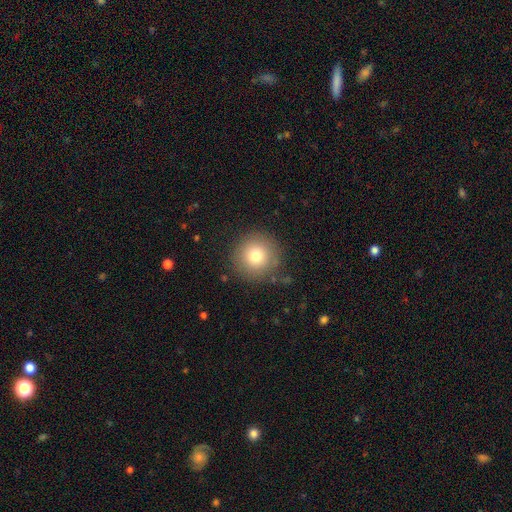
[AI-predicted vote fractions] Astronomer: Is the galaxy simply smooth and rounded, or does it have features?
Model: smooth — 78%.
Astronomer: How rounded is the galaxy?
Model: round — 95%.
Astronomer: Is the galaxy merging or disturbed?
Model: none — 87%.